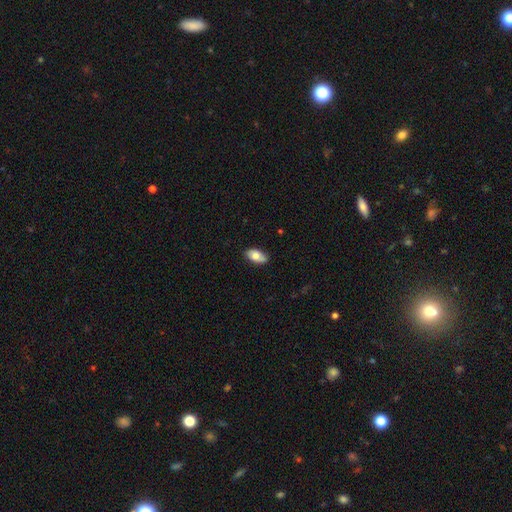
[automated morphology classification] Smooth or featured?
  - smooth: 78% *
  - featured or disk: 15%
  - star or artifact: 7%
How rounded?
  - in between: 93% *
  - round: 4%
  - cigar-shaped: 4%
Merging?
  - none: 82% *
  - minor disturbance: 14%
  - major disturbance: 2%
  - merger: 1%